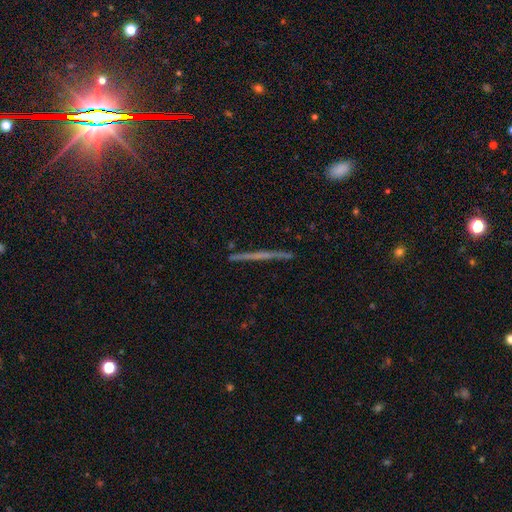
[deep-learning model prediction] Smooth or featured? featured or disk (54%)
Edge-on disk? yes (93%)
Edge-on bulge? none (59%)
Merging? none (87%)